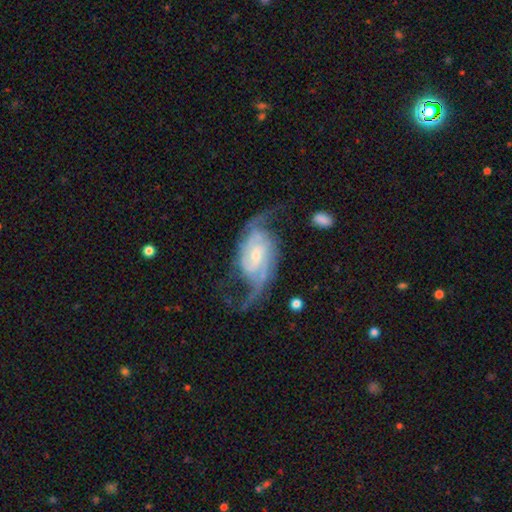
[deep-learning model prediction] smooth_or_featured: featured or disk (p=0.90) [alt: smooth p=0.05]
disk_edge_on: no (p=0.96) [alt: yes p=0.04]
bar: no (p=0.43) [tied with: weak p=0.43]
has_spiral_arms: yes (p=0.97) [alt: no p=0.03]
spiral_winding: medium (p=0.45) [alt: loose p=0.38]
spiral_arm_count: 2 (p=0.83) [alt: 3 p=0.05]
bulge_size: small (p=0.61) [alt: moderate p=0.33]
merging: none (p=0.61) [alt: major disturbance p=0.18]